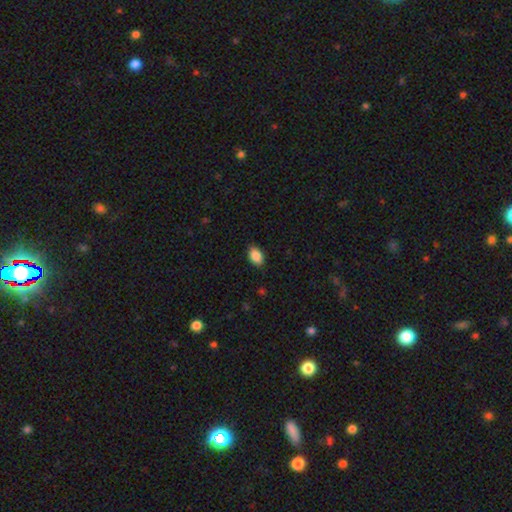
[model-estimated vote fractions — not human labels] This is clearly a smooth galaxy (89%). How rounded: clearly in between (88%). Merging: clearly none (86%).